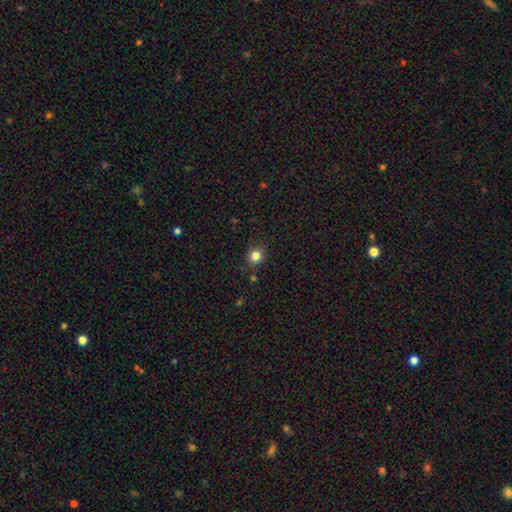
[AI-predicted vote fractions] Smooth or featured? Predicted: smooth (p=0.82). How rounded? Predicted: round (p=0.78). Merging? Predicted: none (p=0.86).